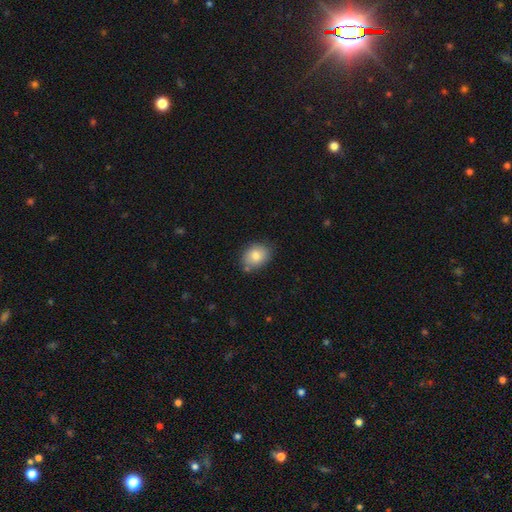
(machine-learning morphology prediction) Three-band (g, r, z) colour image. It shows a smooth galaxy with no disk features (81%) that is in between round and cigar-shaped (58%). Merging: none (74%).